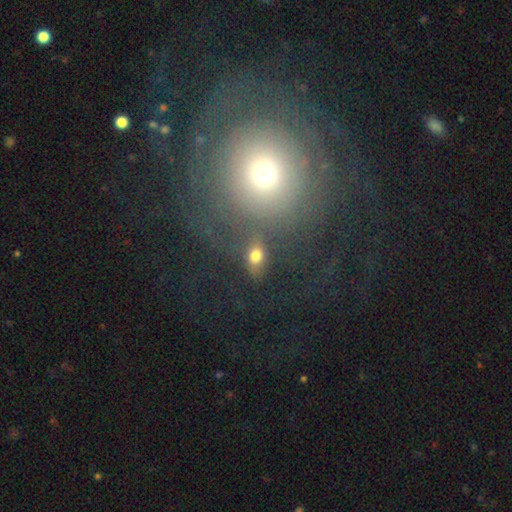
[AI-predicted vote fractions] smooth-or-featured: smooth: 67% | star or artifact: 22% | featured or disk: 11%
  how-rounded: in between: 66% | round: 28% | cigar-shaped: 6%
  merging: none: 71% | minor disturbance: 13% | major disturbance: 8% | merger: 8%